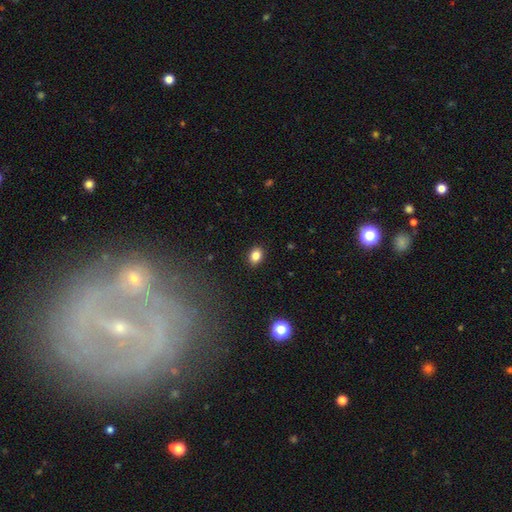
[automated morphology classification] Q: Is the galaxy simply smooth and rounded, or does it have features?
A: smooth — 83%.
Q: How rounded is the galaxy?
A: in between — 62%.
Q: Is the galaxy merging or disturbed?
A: none — 90%.